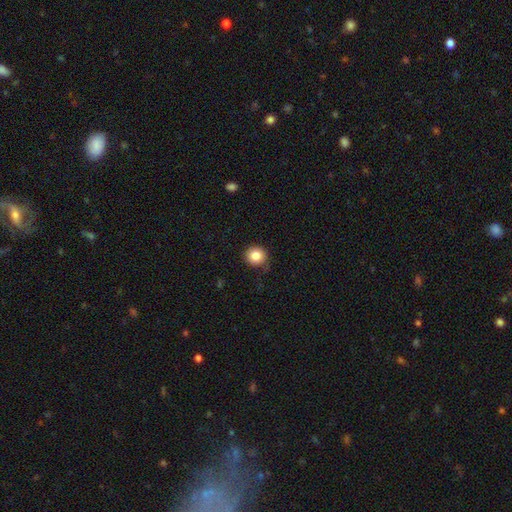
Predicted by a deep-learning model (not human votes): This is clearly a smooth galaxy (85%). How rounded: clearly round (91%). Merging: clearly none (85%).